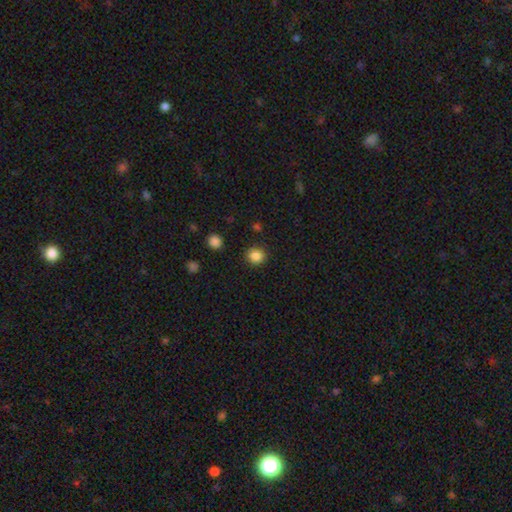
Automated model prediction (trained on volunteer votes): Smooth or featured?
  - smooth: 86% *
  - star or artifact: 11%
  - featured or disk: 4%
How rounded?
  - round: 84% *
  - in between: 15%
  - cigar-shaped: 1%
Merging?
  - none: 88% *
  - minor disturbance: 7%
  - major disturbance: 3%
  - merger: 2%